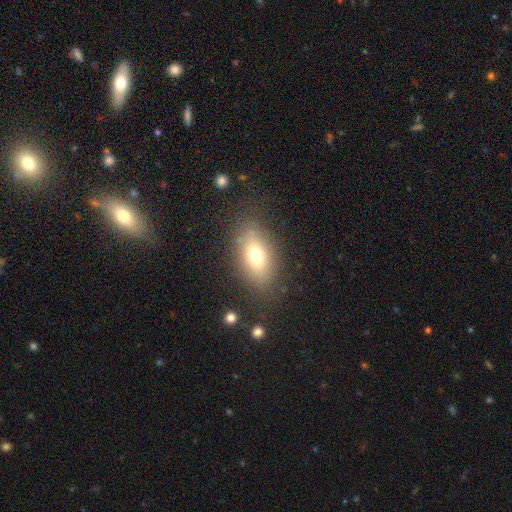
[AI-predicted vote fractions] Smooth or featured: smooth — 69% (featured or disk — 19%)
How rounded: in between — 83% (round — 12%)
Merging: none — 78% (minor disturbance — 13%)